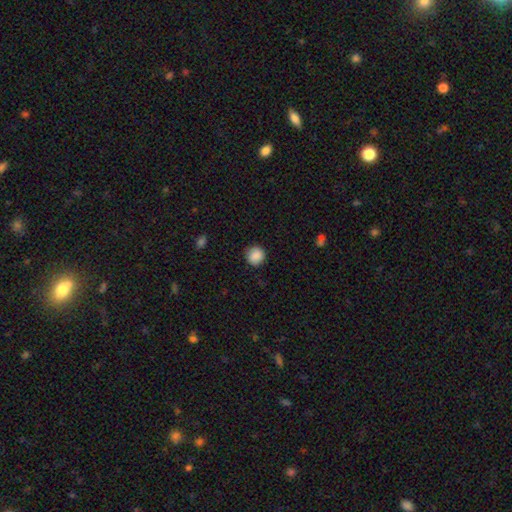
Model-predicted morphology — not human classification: Q: Smooth or featured?
A: smooth (88%); runner-up: star or artifact (8%)
Q: How rounded?
A: round (92%); runner-up: in between (7%)
Q: Merging?
A: none (87%); runner-up: minor disturbance (10%)